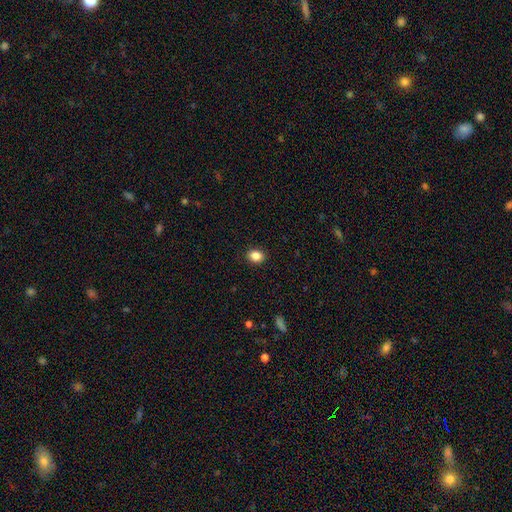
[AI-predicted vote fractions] This appears to be a smooth galaxy with no disk features (87%) that is in between round and cigar-shaped (51%). Merging: none (90%).